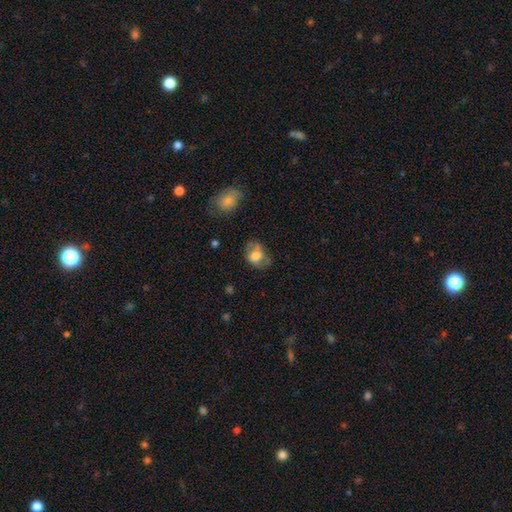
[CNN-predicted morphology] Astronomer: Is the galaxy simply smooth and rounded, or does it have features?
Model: smooth — 60%.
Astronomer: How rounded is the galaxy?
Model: in between — 74%.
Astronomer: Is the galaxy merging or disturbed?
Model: none — 54%.